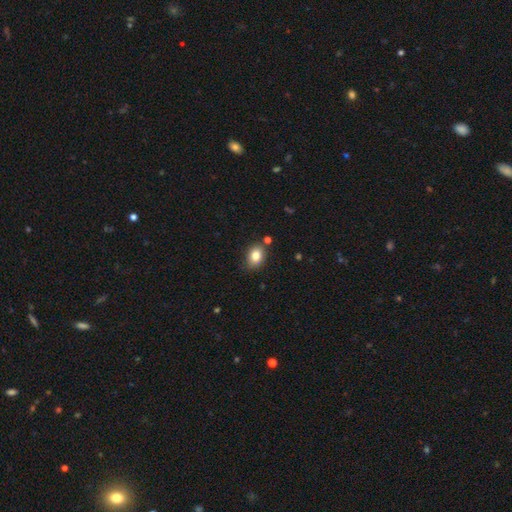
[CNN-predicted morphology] This appears to be a smooth galaxy with no disk features (82%) that is in between round and cigar-shaped (65%). Merging: none (77%).